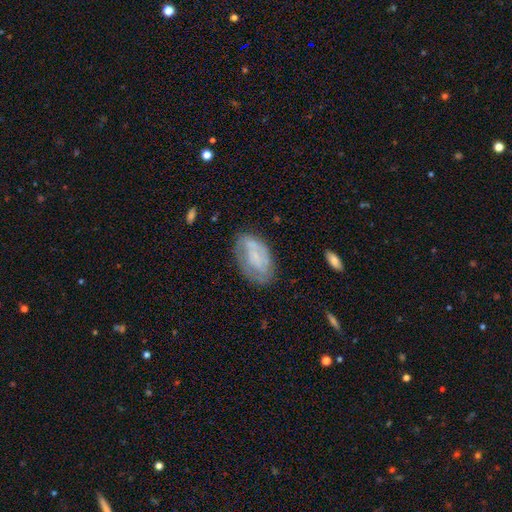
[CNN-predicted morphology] Smooth or featured? featured or disk (53%)
Edge-on disk? no (95%)
Bar? no (59%)
Spiral arms? yes (63%)
Bulge size? small (48%)
Merging? none (63%)